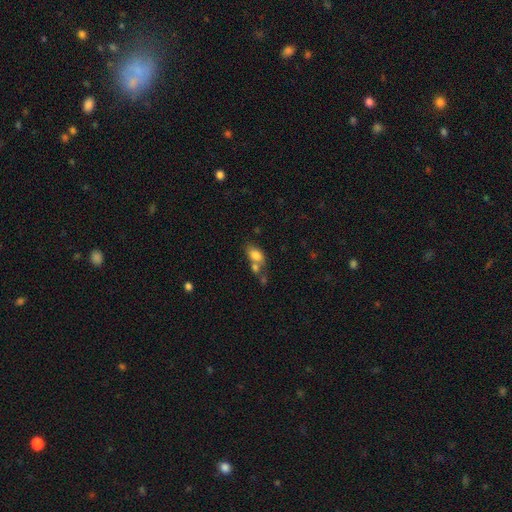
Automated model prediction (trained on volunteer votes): Smooth or featured: smooth — 79% (featured or disk — 12%)
How rounded: in between — 86% (round — 11%)
Merging: merger — 43% (none — 38%)